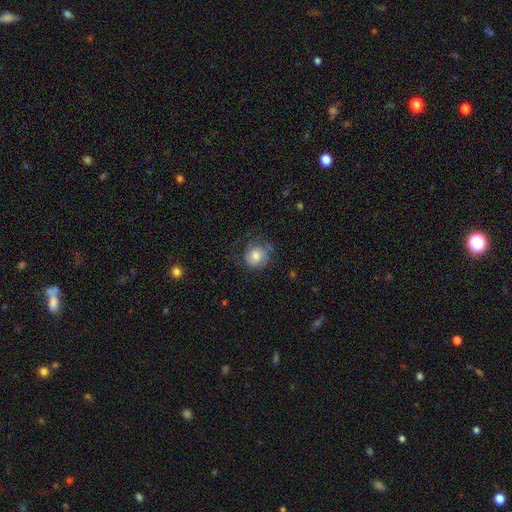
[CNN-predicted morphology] Overall: smooth (59%; featured or disk 33%). How rounded: round (79%). Merging: none (60%; minor disturbance 23%).